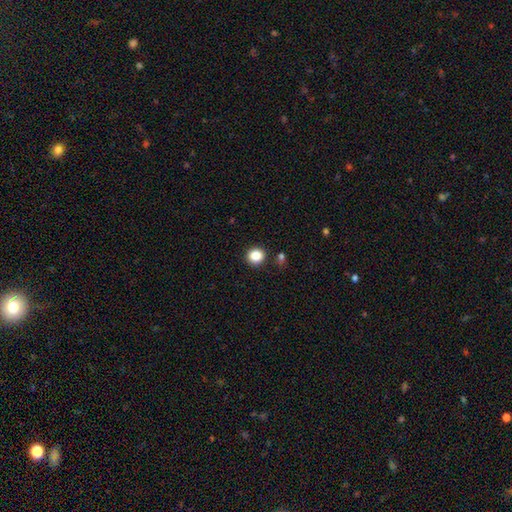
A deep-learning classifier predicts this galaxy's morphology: type=smooth (85%); roundness=round (87%); merging=none (89%).